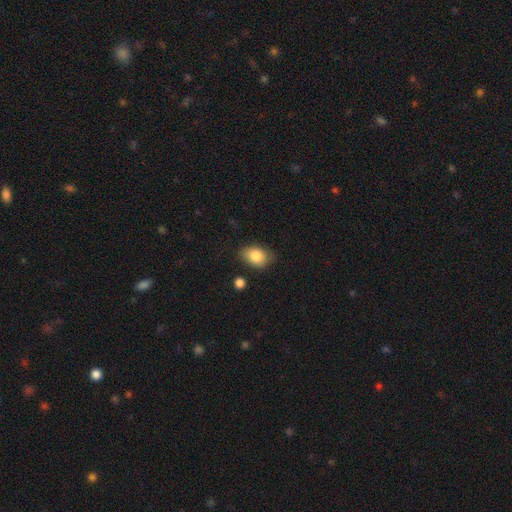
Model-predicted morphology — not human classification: This appears to be a smooth galaxy with no disk features (84%) that is in between round and cigar-shaped (80%). Merging: none (77%).